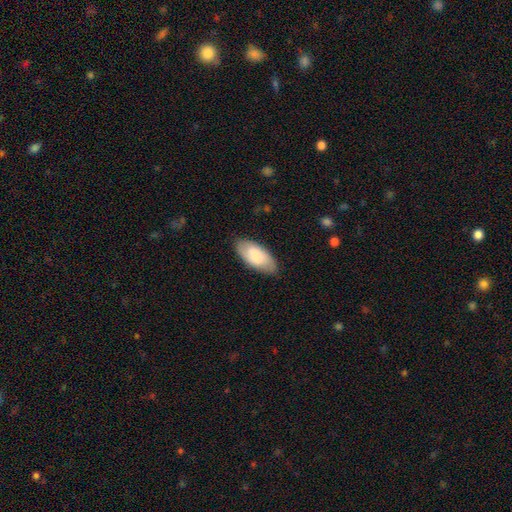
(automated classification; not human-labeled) Smooth or featured?
  - smooth: 76% *
  - featured or disk: 19%
  - star or artifact: 6%
How rounded?
  - in between: 92% *
  - cigar-shaped: 6%
  - round: 2%
Merging?
  - none: 81% *
  - minor disturbance: 15%
  - major disturbance: 3%
  - merger: 1%